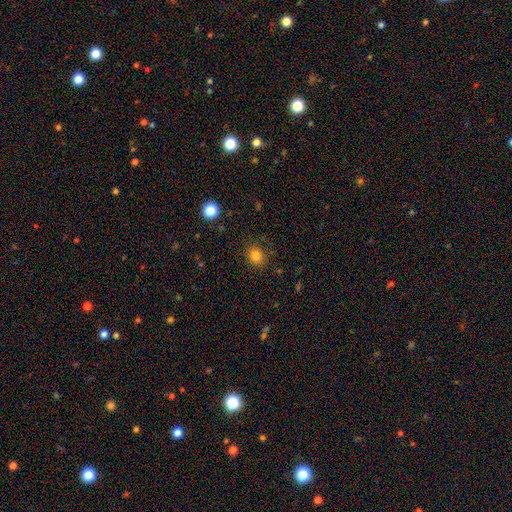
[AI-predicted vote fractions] Smooth or featured?
  - smooth: 82% *
  - star or artifact: 12%
  - featured or disk: 5%
How rounded?
  - round: 72% *
  - in between: 27%
  - cigar-shaped: 1%
Merging?
  - none: 86% *
  - minor disturbance: 10%
  - major disturbance: 3%
  - merger: 1%